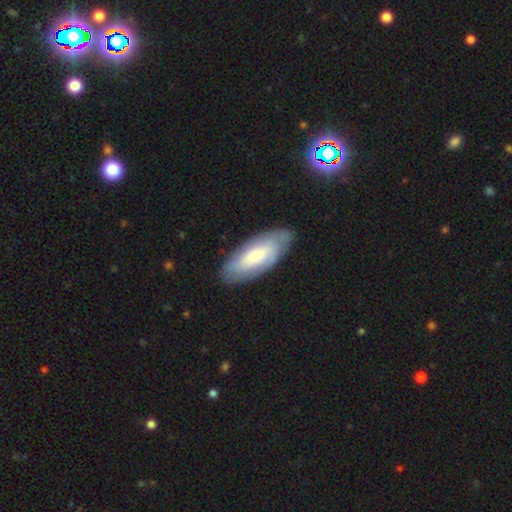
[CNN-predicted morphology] A smooth galaxy with no disk features (52%) that is in between round and cigar-shaped (81%).

Vote fractions:
- Smooth or featured? smooth: 52% / featured or disk: 41% / star or artifact: 7%
- How rounded? in between: 81% / cigar-shaped: 17% / round: 2%
- Merging? none: 78% / minor disturbance: 16% / major disturbance: 4% / merger: 1%